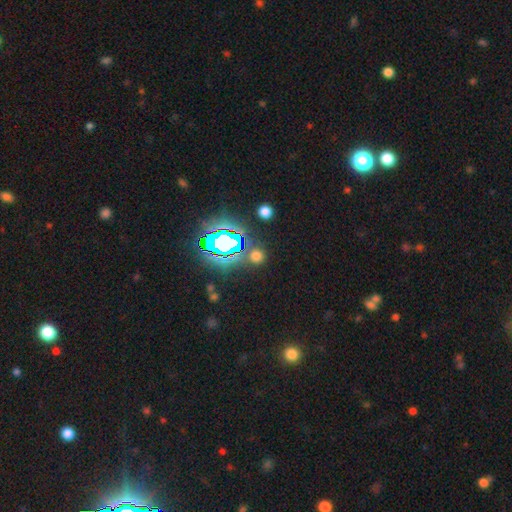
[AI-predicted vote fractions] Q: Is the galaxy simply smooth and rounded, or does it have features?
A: smooth — 50%.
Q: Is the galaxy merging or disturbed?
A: none — 81%.